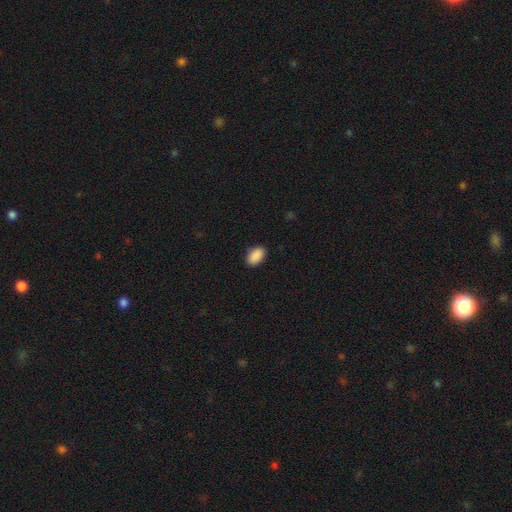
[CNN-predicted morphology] Smooth or featured? smooth (91%)
How rounded? in between (93%)
Merging? none (89%)